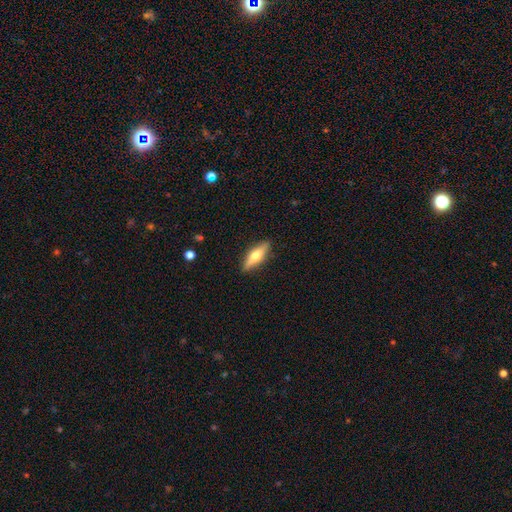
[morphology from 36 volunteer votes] This is likely a featured or disk galaxy (64%). It is clearly viewed edge-on (83%). Edge-on bulge: clearly rounded (95%). Merging: clearly none (80%).